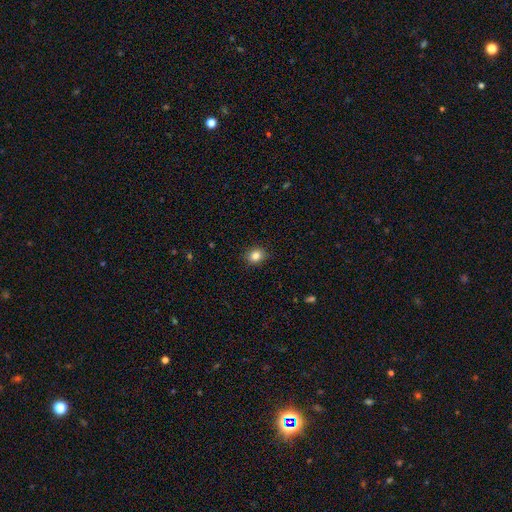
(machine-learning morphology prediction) Overall: smooth (84%). How rounded: round (66%; in between 33%). Merging: none (90%).